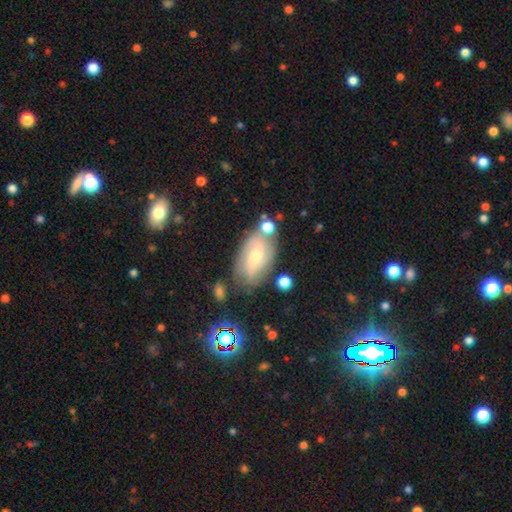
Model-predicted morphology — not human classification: This is likely a featured or disk galaxy (61%). It is clearly not viewed edge-on (94%). Bar: possibly no (53%). Spiral arm pattern: clearly yes (85%). Central bulge: possibly small (58%). Merging: likely none (65%).